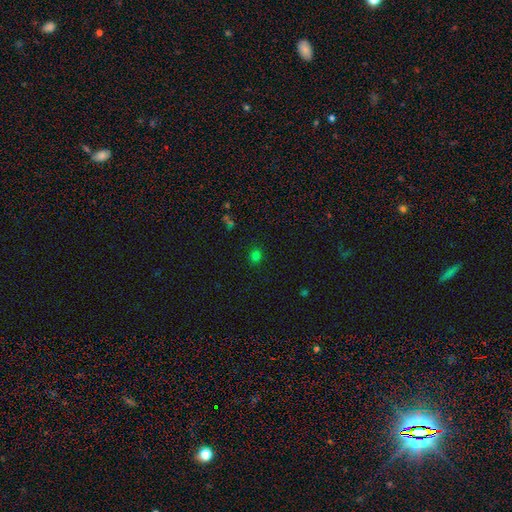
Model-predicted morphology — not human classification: smooth_or_featured: smooth (p=0.74) [alt: star or artifact p=0.22]
how_rounded: round (p=0.67) [alt: in between p=0.32]
merging: none (p=0.84) [alt: minor disturbance p=0.10]